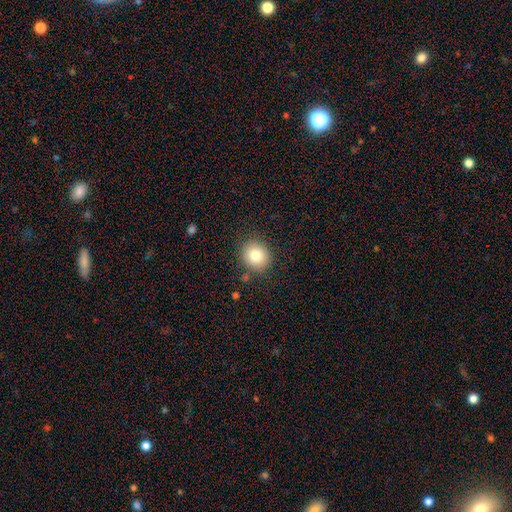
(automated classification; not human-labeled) Smooth or featured?
  - smooth: 81% *
  - star or artifact: 10%
  - featured or disk: 9%
How rounded?
  - round: 81% *
  - in between: 19%
  - cigar-shaped: 1%
Merging?
  - none: 85% *
  - minor disturbance: 10%
  - major disturbance: 3%
  - merger: 2%